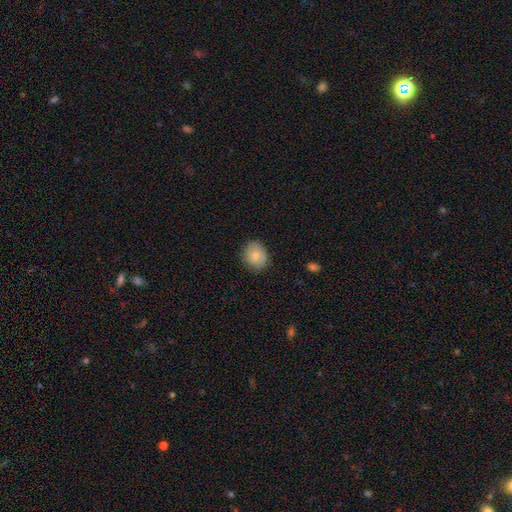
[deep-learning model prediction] Smooth or featured? smooth (78%)
How rounded? round (60%)
Merging? none (81%)